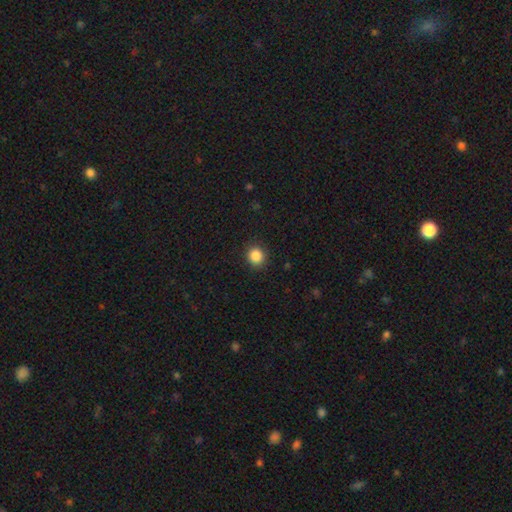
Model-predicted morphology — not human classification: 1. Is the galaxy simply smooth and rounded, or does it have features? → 87% smooth, 10% star or artifact, 3% featured or disk.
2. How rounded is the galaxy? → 86% round, 14% in between, 1% cigar-shaped.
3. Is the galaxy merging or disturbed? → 89% none, 7% minor disturbance, 2% major disturbance, 1% merger.